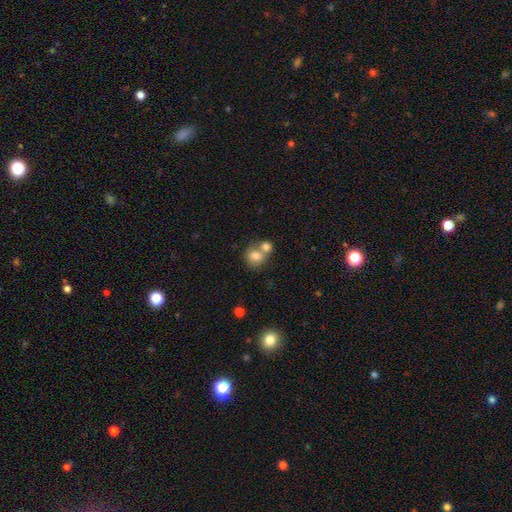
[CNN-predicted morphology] A smooth galaxy with no disk features (79%) that is round (68%).

Vote fractions:
- Smooth or featured? smooth: 79% / featured or disk: 12% / star or artifact: 9%
- How rounded? round: 68% / in between: 31% / cigar-shaped: 1%
- Merging? merger: 55% / none: 34% / minor disturbance: 8% / major disturbance: 4%